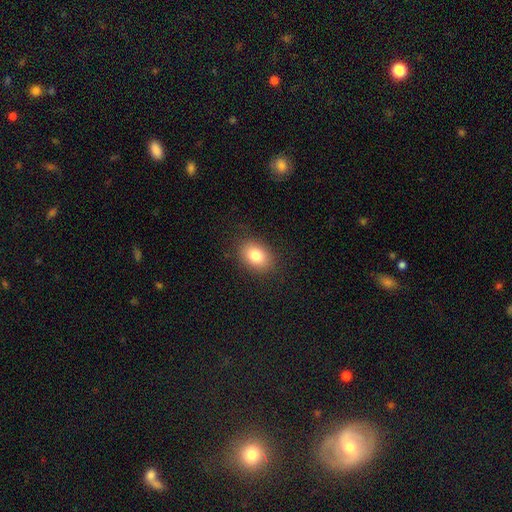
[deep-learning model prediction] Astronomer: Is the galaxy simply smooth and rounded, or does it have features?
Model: smooth — 82%.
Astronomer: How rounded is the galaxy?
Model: in between — 72%.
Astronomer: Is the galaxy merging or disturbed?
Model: none — 86%.